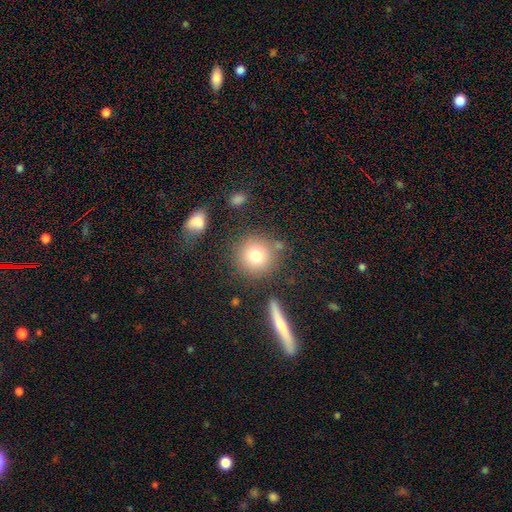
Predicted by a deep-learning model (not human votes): Smooth or featured: smooth — 77% (featured or disk — 12%)
How rounded: round — 92% (in between — 7%)
Merging: none — 80% (minor disturbance — 10%)